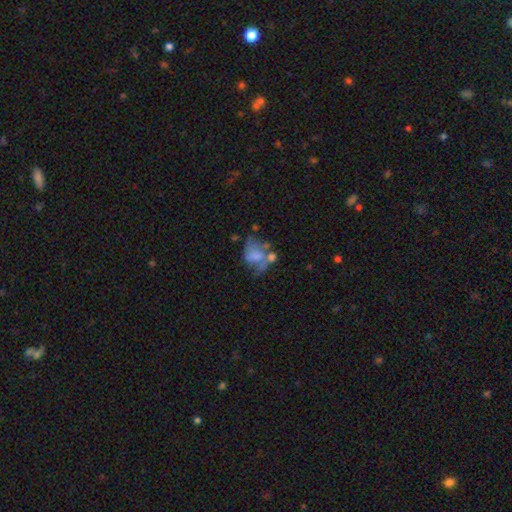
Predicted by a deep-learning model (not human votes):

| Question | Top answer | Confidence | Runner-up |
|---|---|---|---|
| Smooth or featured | featured or disk | 46% | smooth (44%) |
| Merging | major disturbance | 32% | merger (27%) |